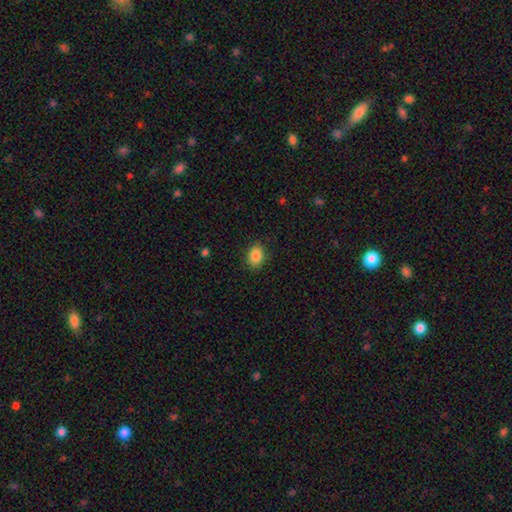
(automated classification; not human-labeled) Morphology: type=smooth (86%); roundness=in between (66%); merging=none (87%).